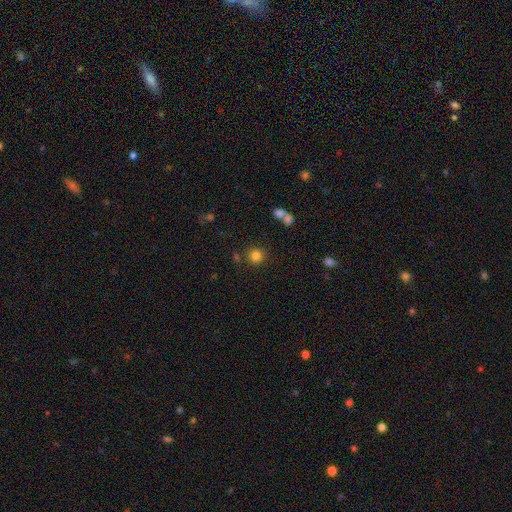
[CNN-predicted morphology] smooth-or-featured: smooth: 81% | star or artifact: 13% | featured or disk: 6%
  how-rounded: round: 91% | in between: 8% | cigar-shaped: 1%
  merging: none: 81% | minor disturbance: 8% | merger: 8% | major disturbance: 3%